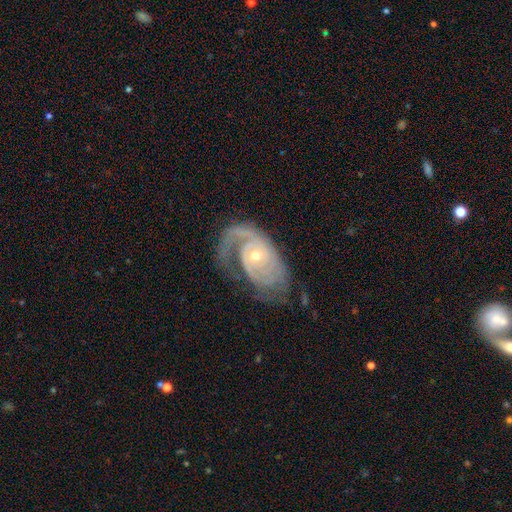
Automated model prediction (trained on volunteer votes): A featured or disk galaxy (90%) with no bar (72%), 2 (47%) tight (58%) spiral arms (97%) and a small central bulge (55%).

Vote fractions:
- Smooth or featured? featured or disk: 90% / smooth: 5% / star or artifact: 5%
- Edge-on disk? no: 97% / yes: 3%
- Bar? no: 72% / weak: 22% / strong: 6%
- Spiral arms? yes: 97% / no: 3%
- Spiral winding? tight: 58% / medium: 32% / loose: 10%
- Spiral arm count? 2: 47% / 1: 20% / can't tell: 14% / 3: 11% / 4: 4% / more than 4: 4%
- Bulge size? small: 55% / moderate: 42% / large: 1% / none: 1% / dominant: 1%
- Merging? none: 58% / minor disturbance: 21% / major disturbance: 19% / merger: 2%